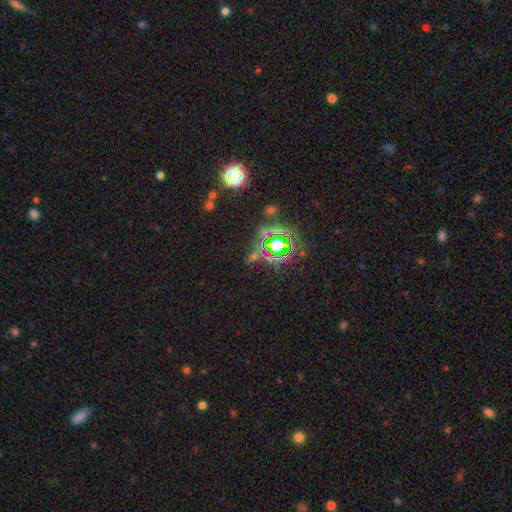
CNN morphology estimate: star or artifact 75%, smooth 16%, featured or disk 9%.